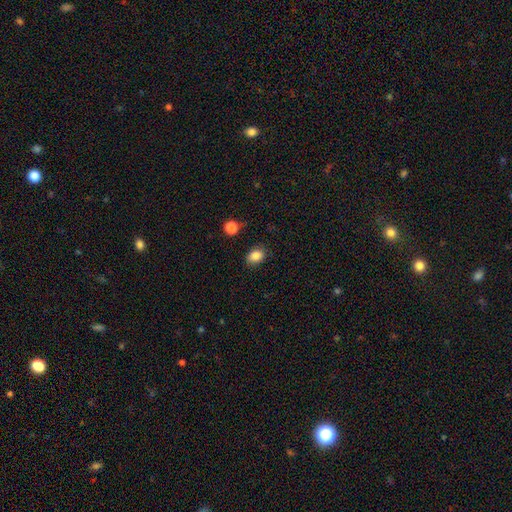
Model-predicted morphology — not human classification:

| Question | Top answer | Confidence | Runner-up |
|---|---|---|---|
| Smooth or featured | smooth | 85% | star or artifact (10%) |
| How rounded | in between | 71% | round (28%) |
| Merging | none | 83% | minor disturbance (12%) |